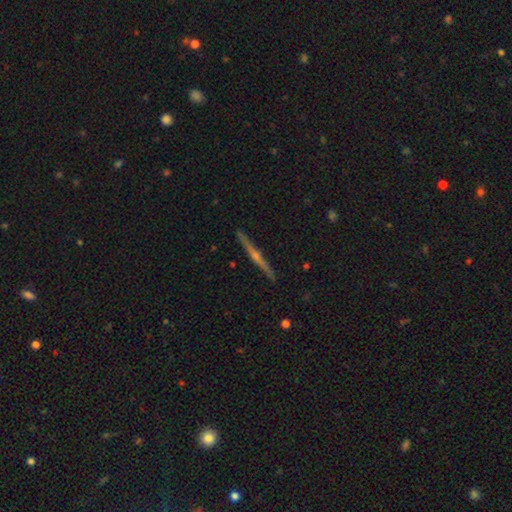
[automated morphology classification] The model was most divided on "smooth or featured": featured or disk: 80%, smooth: 14%, star or artifact: 6%. More confident: edge-on disk — yes (98%); merging — none (92%); edge-on bulge — rounded (81%).